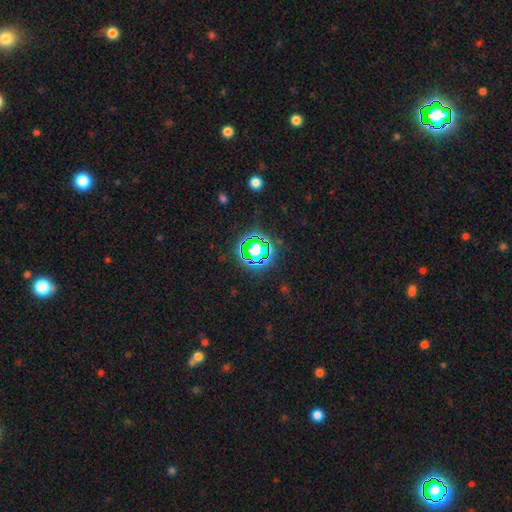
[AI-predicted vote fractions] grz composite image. It shows a star or artifact, not a galaxy (53%).